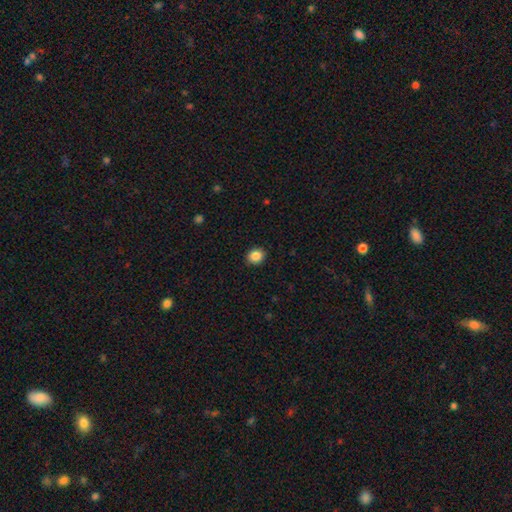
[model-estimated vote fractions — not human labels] Smooth or featured? Predicted: smooth (p=0.87). How rounded? Predicted: round (p=0.71). Merging? Predicted: none (p=0.90).